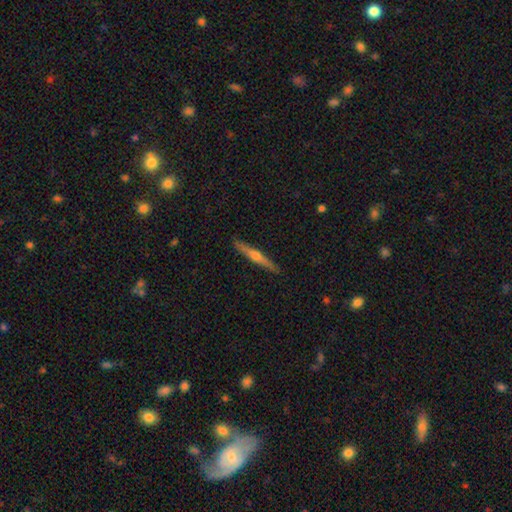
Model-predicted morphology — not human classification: Q: Smooth or featured?
A: featured or disk (67%); runner-up: smooth (27%)
Q: Edge-on disk?
A: yes (98%); runner-up: no (2%)
Q: Edge-on bulge?
A: rounded (87%); runner-up: none (9%)
Q: Merging?
A: none (91%); runner-up: minor disturbance (7%)